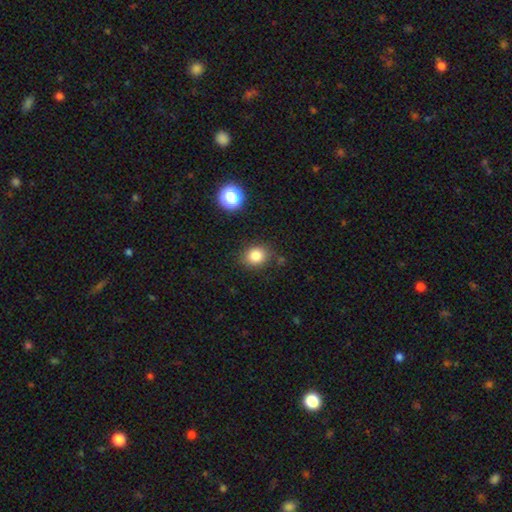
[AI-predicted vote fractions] A smooth galaxy with no disk features (83%) that is round (64%). Merging: none (81%).